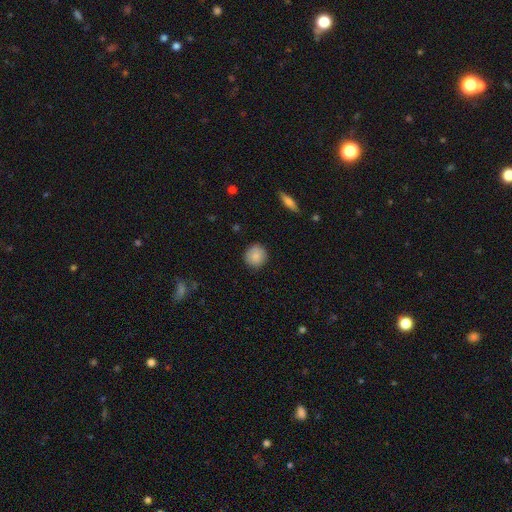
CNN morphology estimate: smooth-or-featured: smooth: 87% | star or artifact: 7% | featured or disk: 6%
  how-rounded: round: 93% | in between: 6% | cigar-shaped: 1%
  merging: none: 90% | minor disturbance: 7% | major disturbance: 2% | merger: 1%